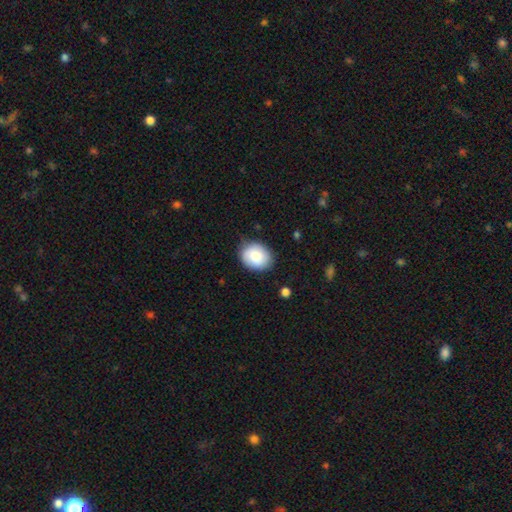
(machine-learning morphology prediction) smooth 81%, featured or disk 12%, star or artifact 7%. Down the decision tree: how rounded — round (51%); merging — none (81%).